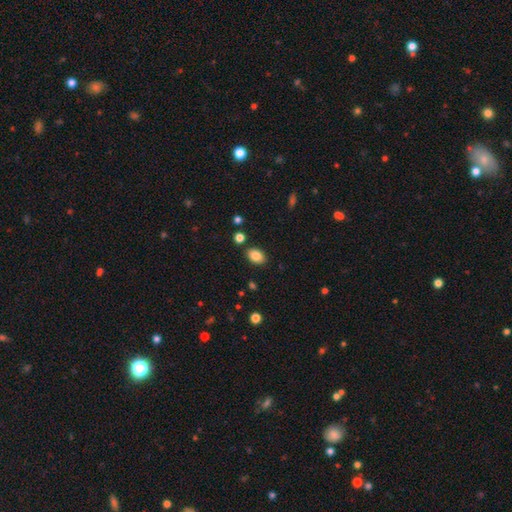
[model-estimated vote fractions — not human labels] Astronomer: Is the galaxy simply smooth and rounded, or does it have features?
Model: smooth — 85%.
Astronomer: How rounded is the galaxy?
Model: in between — 83%.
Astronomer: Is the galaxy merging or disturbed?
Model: none — 85%.